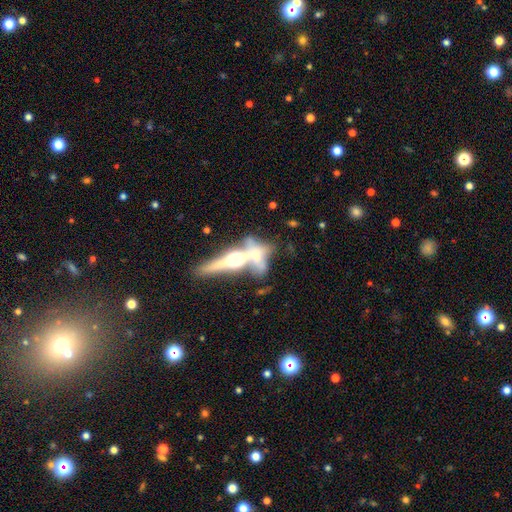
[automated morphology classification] Smooth or featured: featured or disk — 63% (smooth — 26%)
Edge-on disk: yes — 74% (no — 26%)
Merging: merger — 52% (none — 27%)